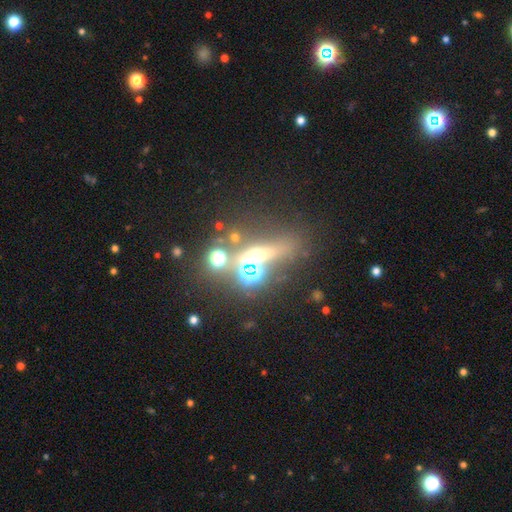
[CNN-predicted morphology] smooth-or-featured: star or artifact: 42% | smooth: 33% | featured or disk: 25%